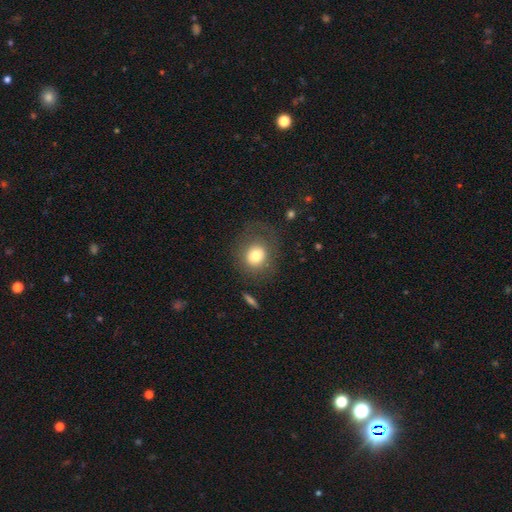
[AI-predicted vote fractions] Overall: smooth (74%). How rounded: round (73%). Merging: none (63%).